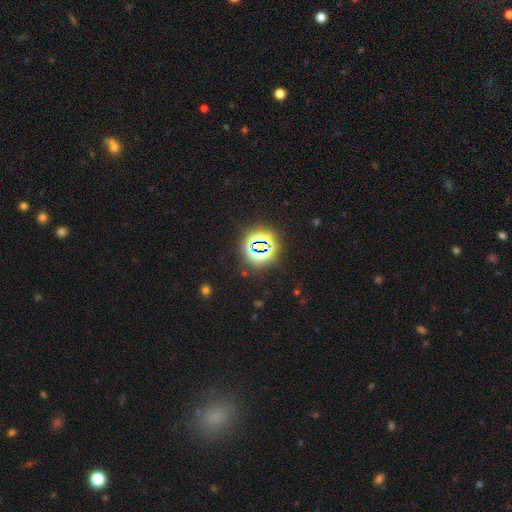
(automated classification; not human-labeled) smooth-or-featured: star or artifact: 78% | smooth: 14% | featured or disk: 8%